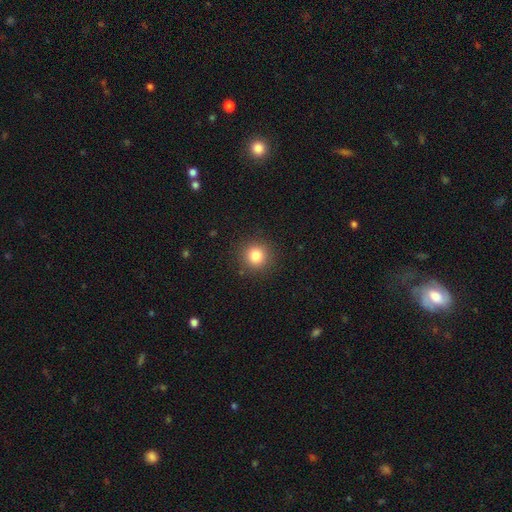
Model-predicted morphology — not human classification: smooth-or-featured: smooth: 82% | star or artifact: 12% | featured or disk: 6%
  how-rounded: round: 93% | in between: 6% | cigar-shaped: 1%
  merging: none: 90% | minor disturbance: 6% | major disturbance: 2% | merger: 1%